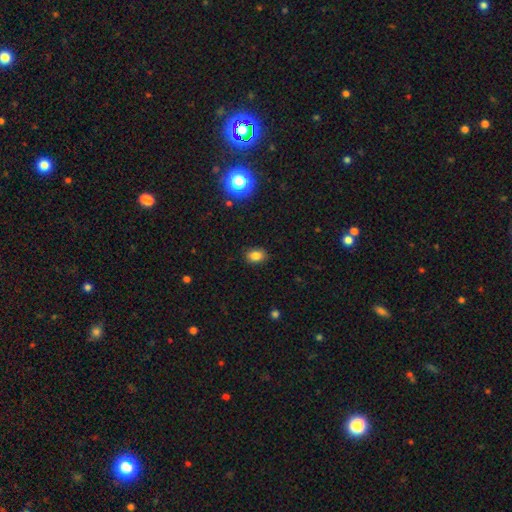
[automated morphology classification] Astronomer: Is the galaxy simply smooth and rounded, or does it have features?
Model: smooth — 82%.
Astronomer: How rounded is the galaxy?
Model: in between — 70%.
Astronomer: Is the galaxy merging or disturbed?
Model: none — 87%.